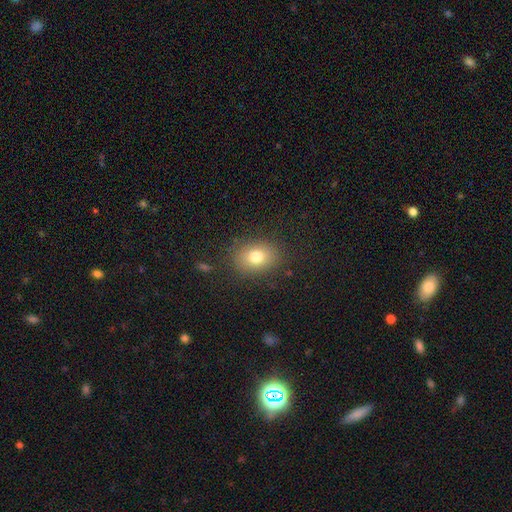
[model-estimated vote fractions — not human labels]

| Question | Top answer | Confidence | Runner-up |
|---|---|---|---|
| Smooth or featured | smooth | 78% | star or artifact (11%) |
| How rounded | in between | 60% | round (39%) |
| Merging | none | 86% | minor disturbance (10%) |